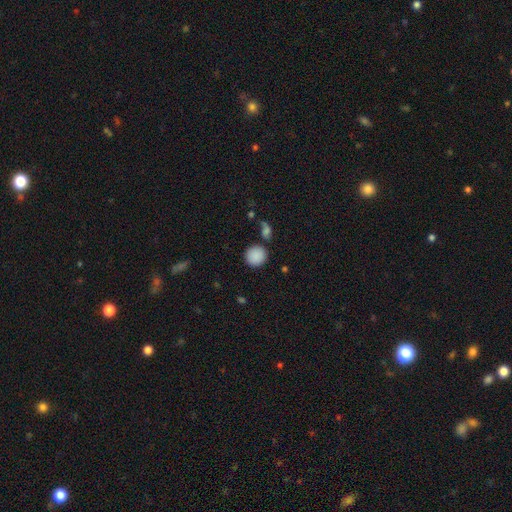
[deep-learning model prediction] Smooth or featured? smooth (89%)
How rounded? round (90%)
Merging? none (80%)